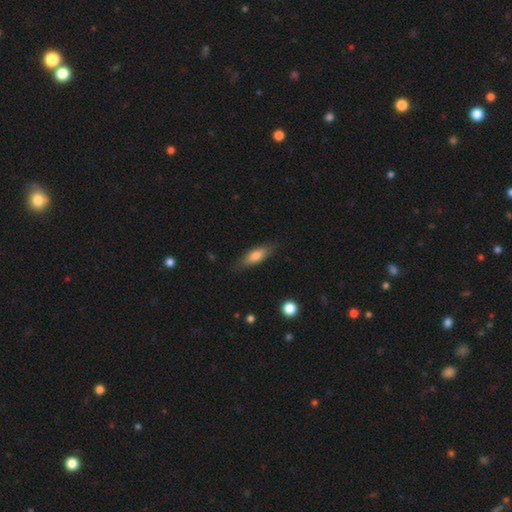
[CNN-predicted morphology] A smooth galaxy with no disk features (73%) that is in between round and cigar-shaped (56%). Merging: none (80%).